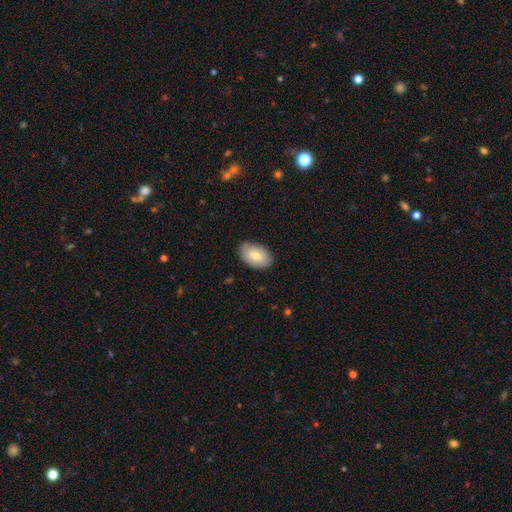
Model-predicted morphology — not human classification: A smooth galaxy with no disk features (77%) that is in between round and cigar-shaped (90%). Merging: none (81%).